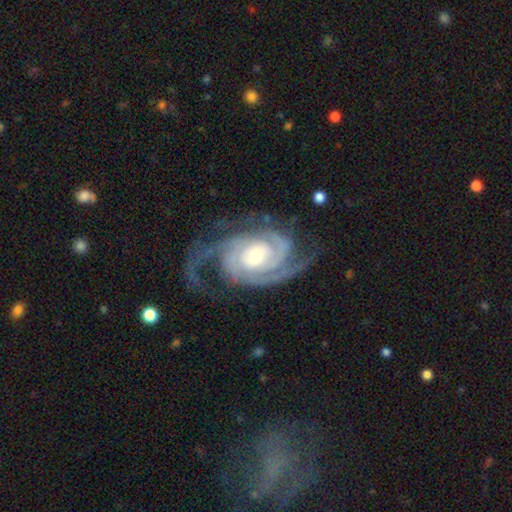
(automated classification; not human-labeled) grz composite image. It shows a featured or disk galaxy (93%) with no bar (60%), 2 (37%) tight (63%) spiral arms (98%) and a moderate central bulge (52%). Merging: none (69%).